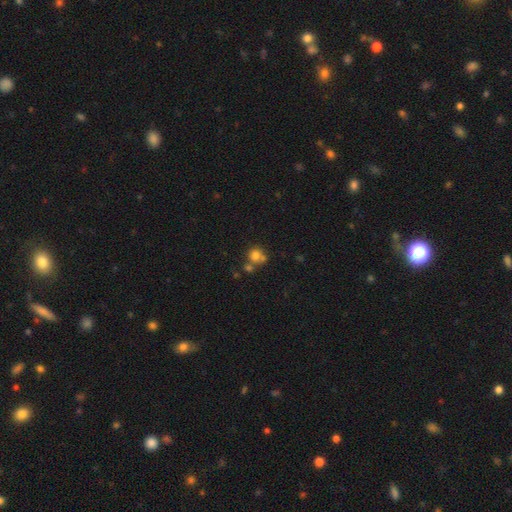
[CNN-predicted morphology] Q: Smooth or featured?
A: smooth (75%); runner-up: star or artifact (13%)
Q: How rounded?
A: round (85%); runner-up: in between (14%)
Q: Merging?
A: none (51%); runner-up: merger (35%)